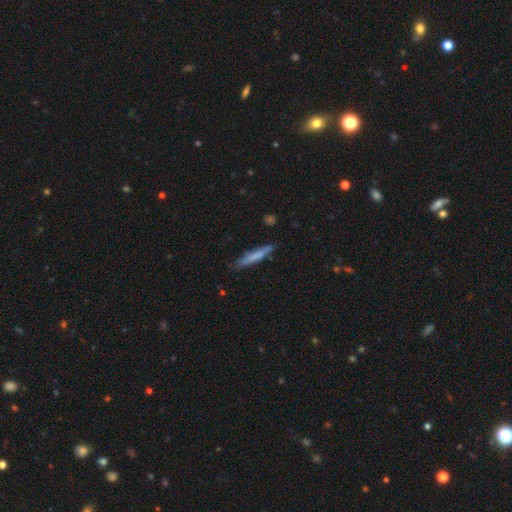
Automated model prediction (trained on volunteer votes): Overall: smooth (68%). How rounded: cigar-shaped (91%). Merging: none (74%).